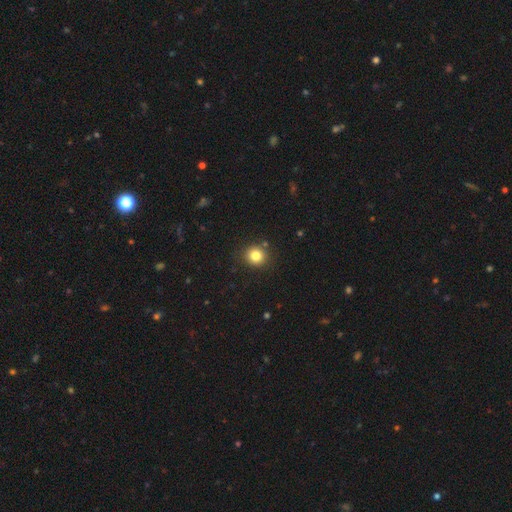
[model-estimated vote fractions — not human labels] This is clearly a smooth galaxy (82%). How rounded: clearly round (88%). Merging: clearly none (87%).